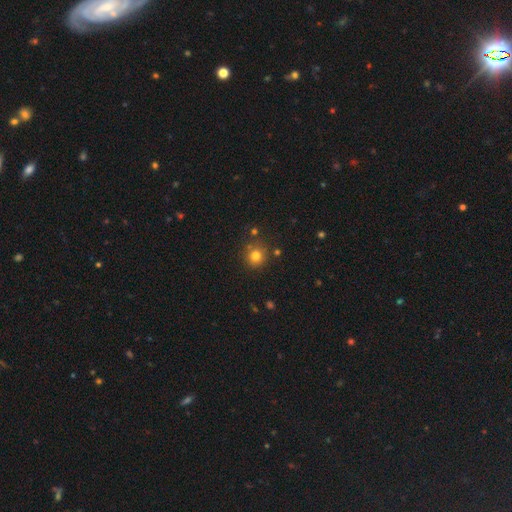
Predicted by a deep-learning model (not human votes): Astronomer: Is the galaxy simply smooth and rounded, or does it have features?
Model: smooth — 78%.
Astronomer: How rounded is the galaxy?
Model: round — 92%.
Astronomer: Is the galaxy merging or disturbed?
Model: none — 81%.